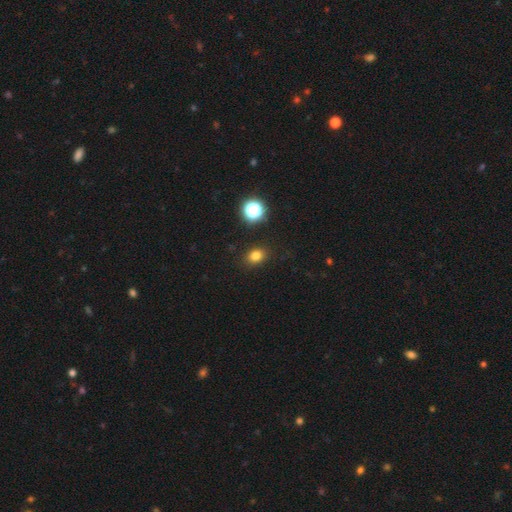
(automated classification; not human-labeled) Smooth or featured? smooth (79%)
How rounded? in between (57%)
Merging? none (88%)